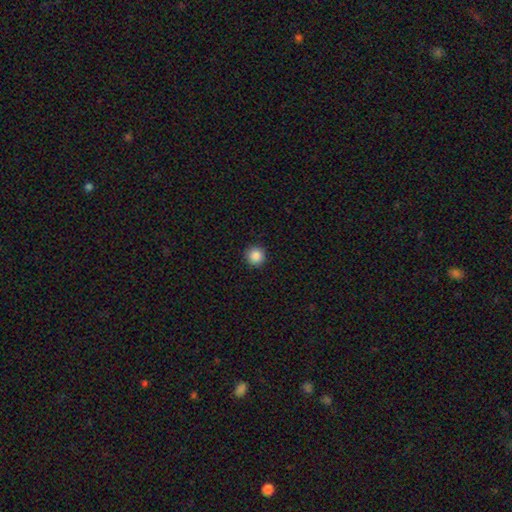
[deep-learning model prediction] smooth_or_featured: smooth (p=0.87) [alt: star or artifact p=0.10]
how_rounded: round (p=0.96) [alt: in between p=0.03]
merging: none (p=0.93) [alt: minor disturbance p=0.05]